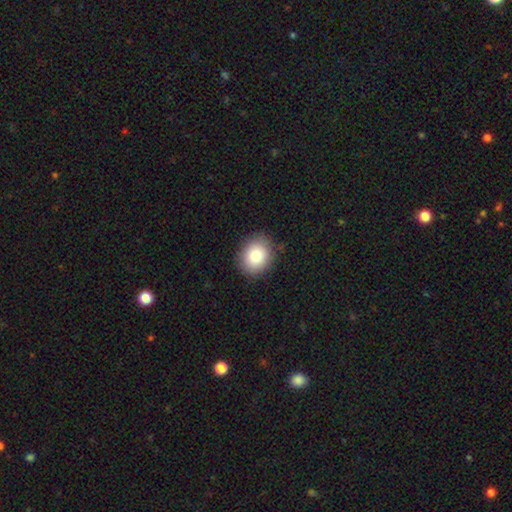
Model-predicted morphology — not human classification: Smooth or featured? smooth (82%)
How rounded? round (66%)
Merging? none (87%)